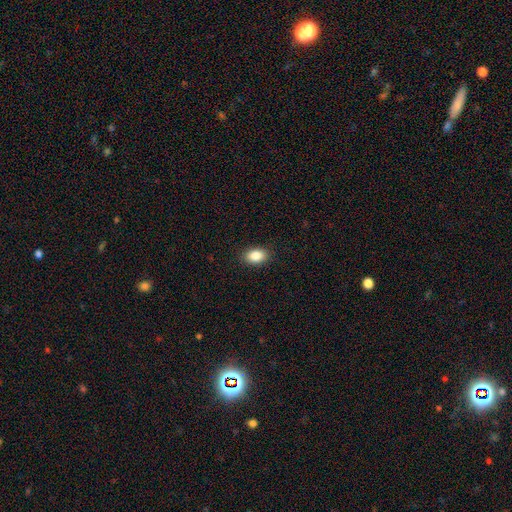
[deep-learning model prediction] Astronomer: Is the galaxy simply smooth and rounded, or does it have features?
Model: smooth — 87%.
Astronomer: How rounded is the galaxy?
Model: in between — 84%.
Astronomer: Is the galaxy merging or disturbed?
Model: none — 89%.